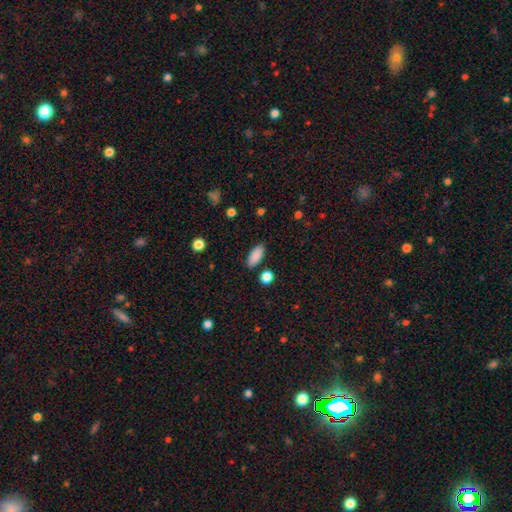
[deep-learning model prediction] smooth_or_featured: smooth (p=0.88) [alt: star or artifact p=0.08]
how_rounded: in between (p=0.83) [alt: cigar-shaped p=0.14]
merging: none (p=0.85) [alt: minor disturbance p=0.09]